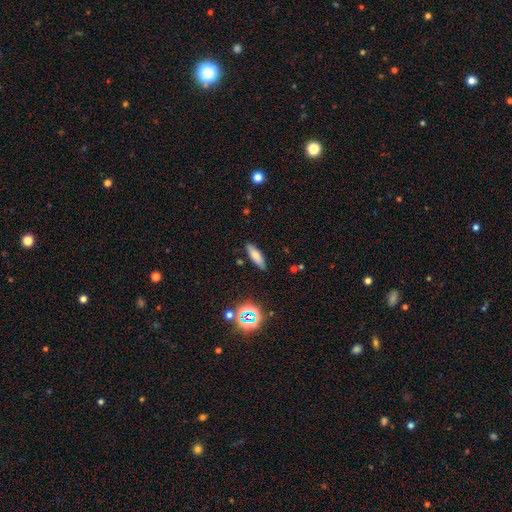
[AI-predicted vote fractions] smooth-or-featured: smooth: 71% | featured or disk: 17% | star or artifact: 12%
  how-rounded: in between: 49% | cigar-shaped: 48% | round: 3%
  merging: none: 85% | minor disturbance: 11% | major disturbance: 3% | merger: 2%